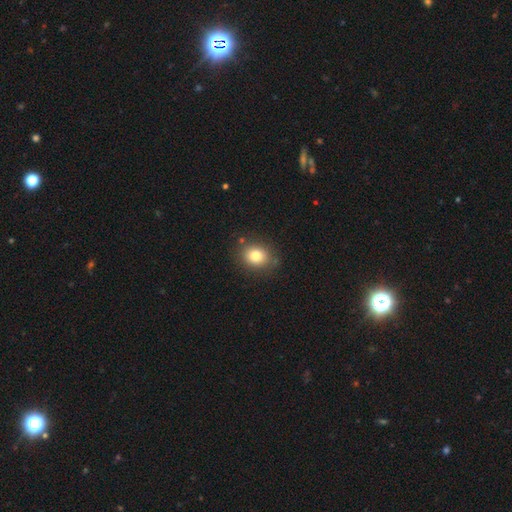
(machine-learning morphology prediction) smooth-or-featured: smooth: 80% | star or artifact: 11% | featured or disk: 9%
  how-rounded: round: 62% | in between: 37% | cigar-shaped: 1%
  merging: none: 82% | minor disturbance: 11% | major disturbance: 3% | merger: 3%